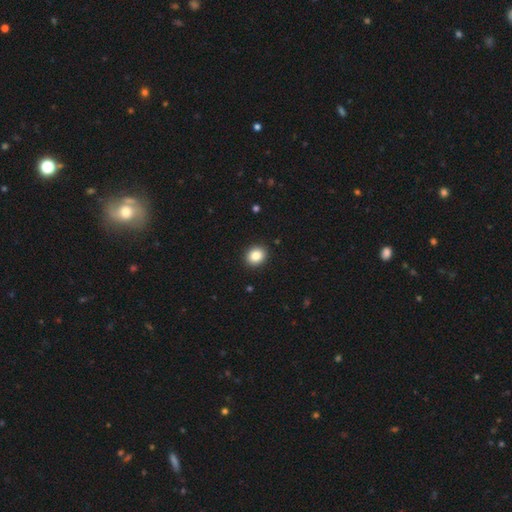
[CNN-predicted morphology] smooth-or-featured: smooth: 86% | star or artifact: 9% | featured or disk: 5%
  how-rounded: round: 68% | in between: 31% | cigar-shaped: 1%
  merging: none: 92% | minor disturbance: 6% | major disturbance: 2% | merger: 1%